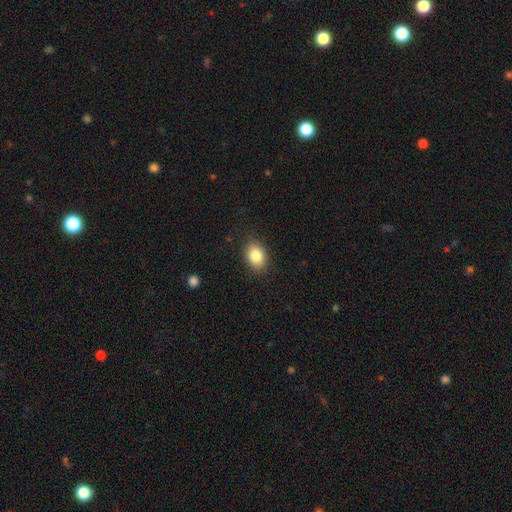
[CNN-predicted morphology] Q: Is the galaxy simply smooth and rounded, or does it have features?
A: smooth — 84%.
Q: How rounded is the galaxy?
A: in between — 71%.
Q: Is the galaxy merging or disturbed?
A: none — 87%.